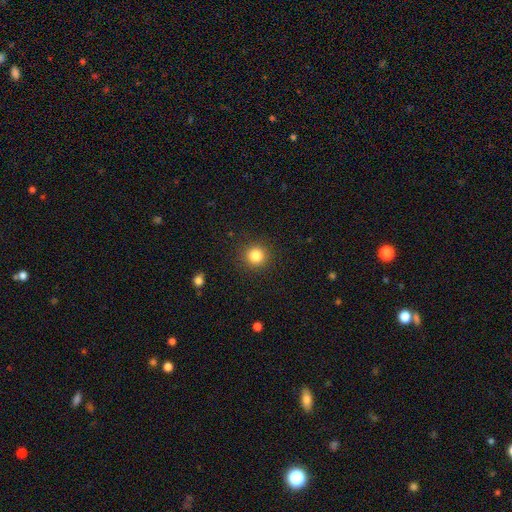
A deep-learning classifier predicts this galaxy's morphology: This appears to be a smooth galaxy with no disk features (84%) that is round (94%). Merging: none (91%).